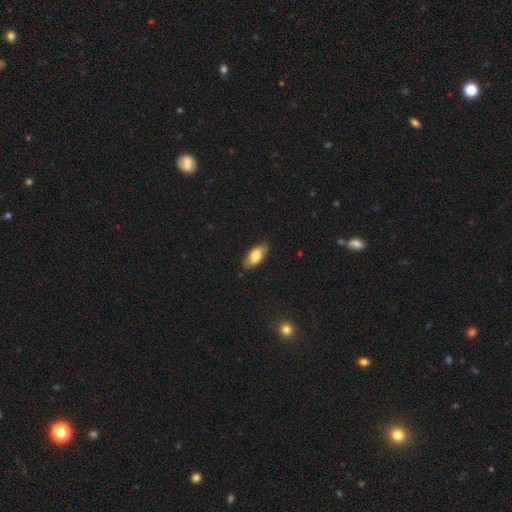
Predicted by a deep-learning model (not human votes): Q: Smooth or featured?
A: smooth (76%); runner-up: featured or disk (18%)
Q: How rounded?
A: in between (88%); runner-up: cigar-shaped (9%)
Q: Merging?
A: none (83%); runner-up: minor disturbance (13%)